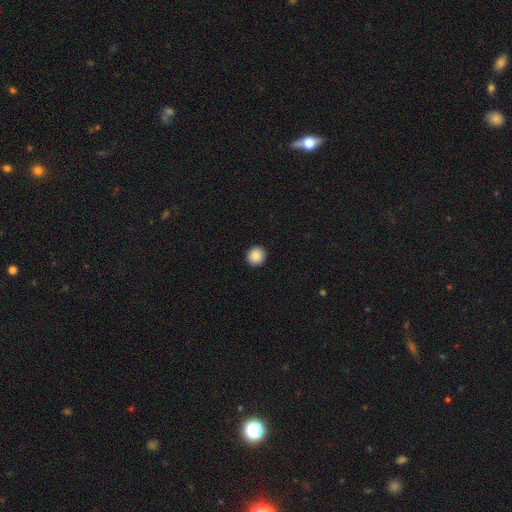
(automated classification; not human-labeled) smooth 88%, star or artifact 8%, featured or disk 4%. Down the decision tree: how rounded — round (93%); merging — none (93%).